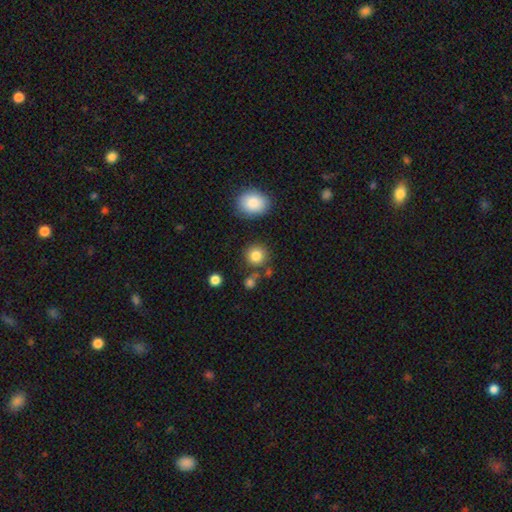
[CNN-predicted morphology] smooth-or-featured: smooth: 84% | star or artifact: 10% | featured or disk: 6%
  how-rounded: round: 90% | in between: 9% | cigar-shaped: 1%
  merging: none: 81% | minor disturbance: 9% | merger: 7% | major disturbance: 3%